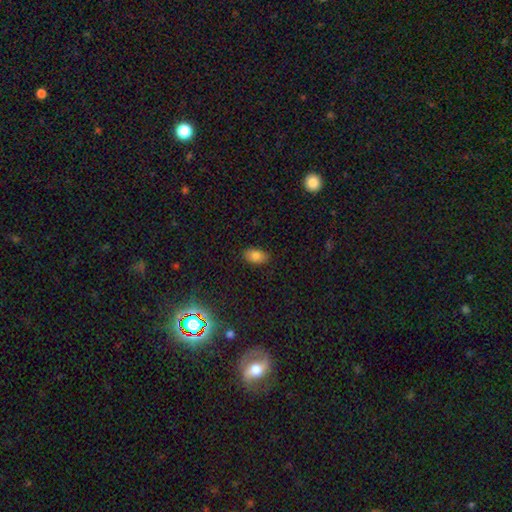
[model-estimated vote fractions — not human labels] smooth_or_featured: smooth (p=0.82) [alt: star or artifact p=0.11]
how_rounded: in between (p=0.91) [alt: round p=0.07]
merging: none (p=0.86) [alt: minor disturbance p=0.10]